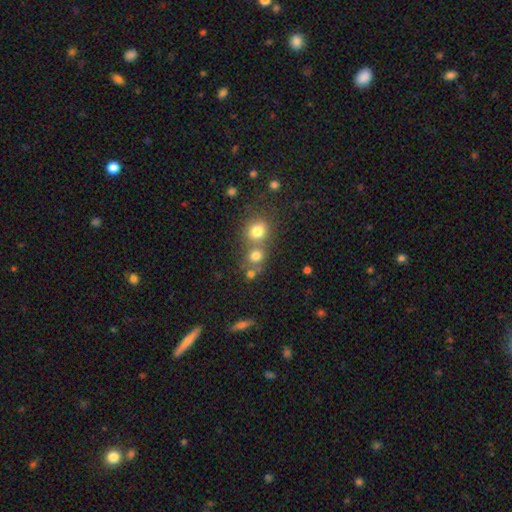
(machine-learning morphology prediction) type=smooth (75%); roundness=round (83%); merging=none (48%).